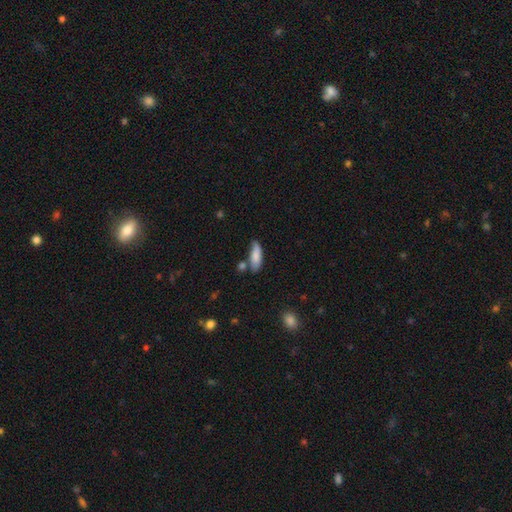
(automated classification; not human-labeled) Q: Smooth or featured?
A: smooth (79%); runner-up: featured or disk (14%)
Q: How rounded?
A: in between (61%); runner-up: cigar-shaped (37%)
Q: Merging?
A: none (58%); runner-up: minor disturbance (25%)